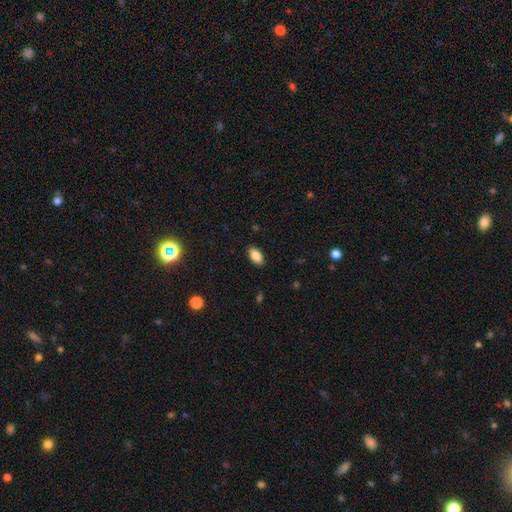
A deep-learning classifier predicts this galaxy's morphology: A smooth galaxy with no disk features (84%) that is in between round and cigar-shaped (92%).

Vote fractions:
- Smooth or featured? smooth: 84% / star or artifact: 8% / featured or disk: 8%
- How rounded? in between: 92% / cigar-shaped: 4% / round: 4%
- Merging? none: 88% / minor disturbance: 9% / major disturbance: 2% / merger: 1%